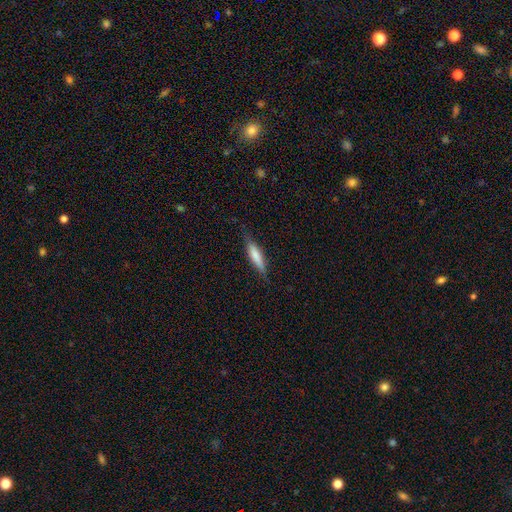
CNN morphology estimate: Overall: smooth (72%). How rounded: cigar-shaped (78%). Merging: none (79%).